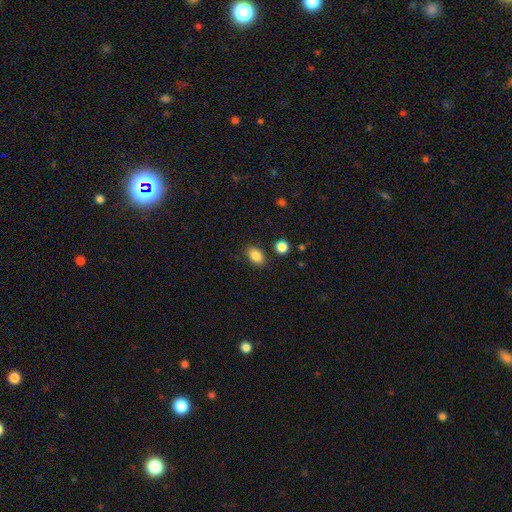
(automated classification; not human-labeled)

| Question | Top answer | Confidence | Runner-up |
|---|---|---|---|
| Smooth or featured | smooth | 86% | star or artifact (9%) |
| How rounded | in between | 82% | round (17%) |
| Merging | none | 83% | minor disturbance (11%) |